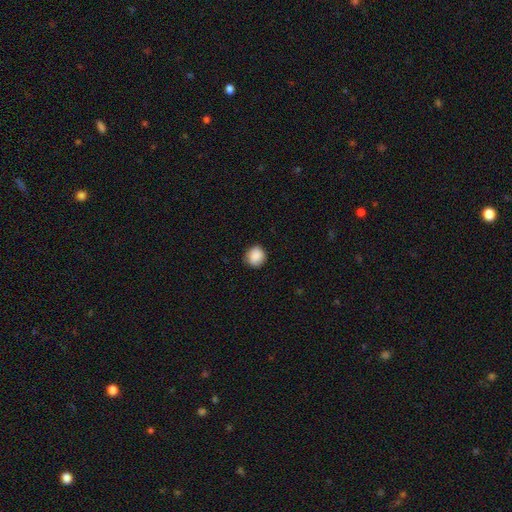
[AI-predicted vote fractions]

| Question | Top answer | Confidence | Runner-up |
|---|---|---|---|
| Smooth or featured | smooth | 88% | star or artifact (8%) |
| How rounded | round | 88% | in between (11%) |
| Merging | none | 85% | minor disturbance (11%) |